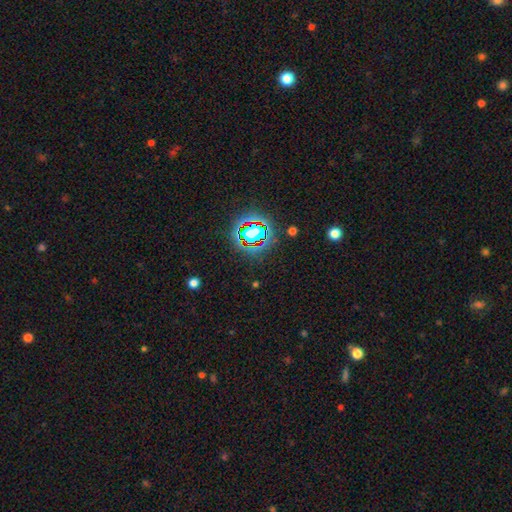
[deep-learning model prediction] Morphology: type=star or artifact (81%).